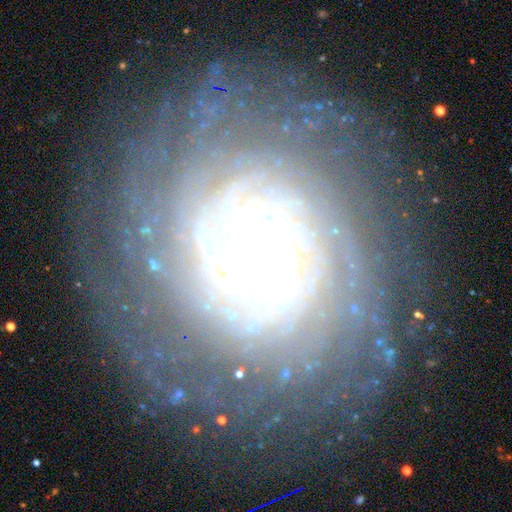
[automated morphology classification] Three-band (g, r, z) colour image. It shows a featured or disk galaxy (81%) with no bar (72%), can't tell (30%, tied with more than 4) tight (84%) spiral arms (94%) and a large central bulge (42%). Merging: none (73%).